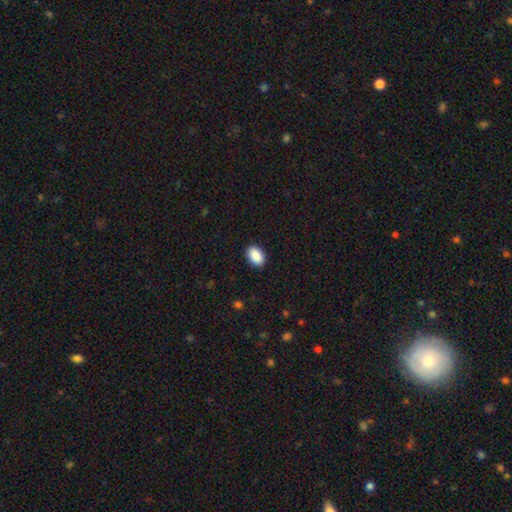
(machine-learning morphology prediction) Smooth or featured? smooth (90%)
How rounded? in between (90%)
Merging? none (90%)